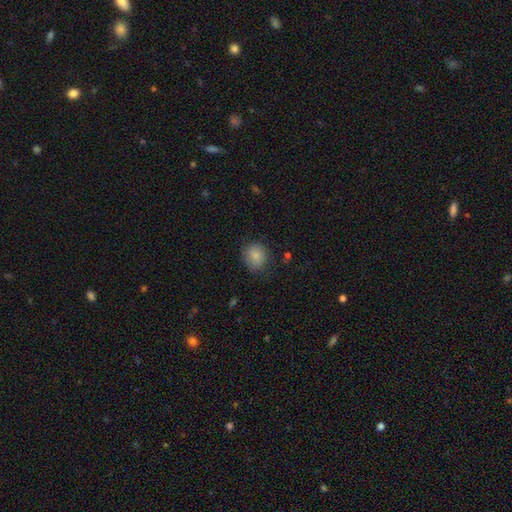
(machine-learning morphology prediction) smooth_or_featured: smooth (p=0.85) [alt: star or artifact p=0.08]
how_rounded: round (p=0.78) [alt: in between p=0.22]
merging: none (p=0.78) [alt: minor disturbance p=0.16]